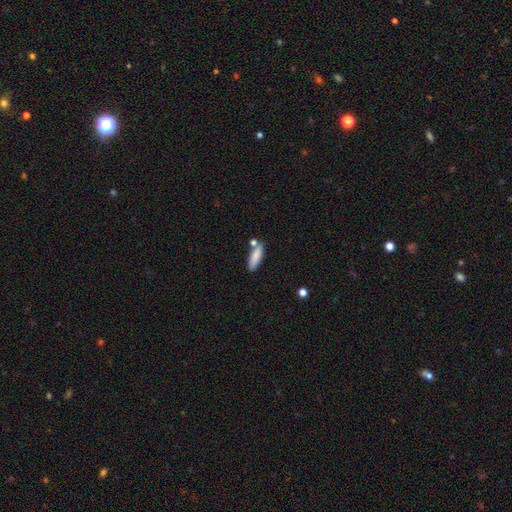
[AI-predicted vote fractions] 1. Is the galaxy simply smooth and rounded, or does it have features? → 84% smooth, 9% featured or disk, 7% star or artifact.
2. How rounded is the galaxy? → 49% in between (tied), 49% cigar-shaped (tied), 2% round.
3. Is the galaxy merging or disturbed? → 67% none, 15% minor disturbance, 14% merger, 4% major disturbance.